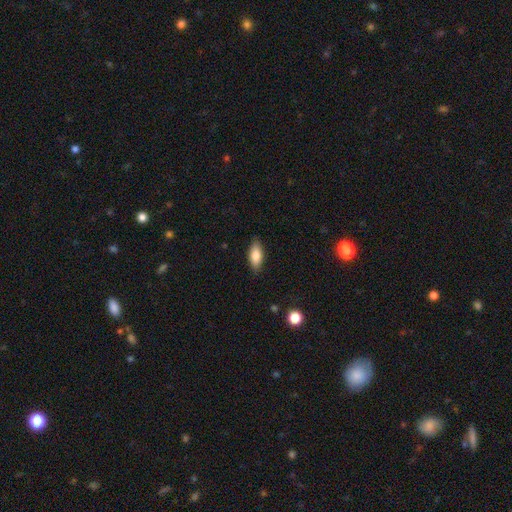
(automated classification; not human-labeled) Smooth or featured? smooth (80%)
How rounded? in between (82%)
Merging? none (86%)